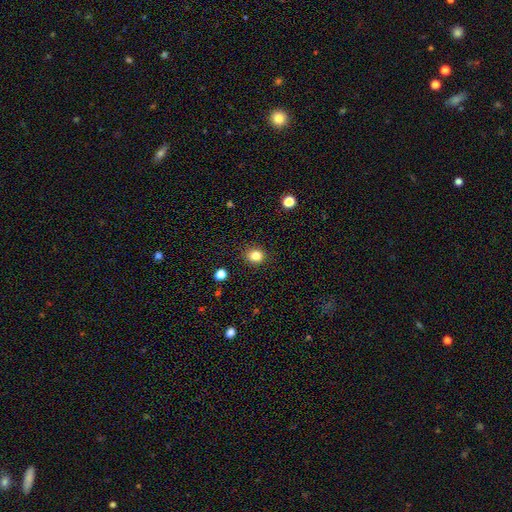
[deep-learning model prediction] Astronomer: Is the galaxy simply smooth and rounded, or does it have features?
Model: smooth — 83%.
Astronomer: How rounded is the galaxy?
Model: round — 80%.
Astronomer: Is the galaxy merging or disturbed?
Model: none — 89%.